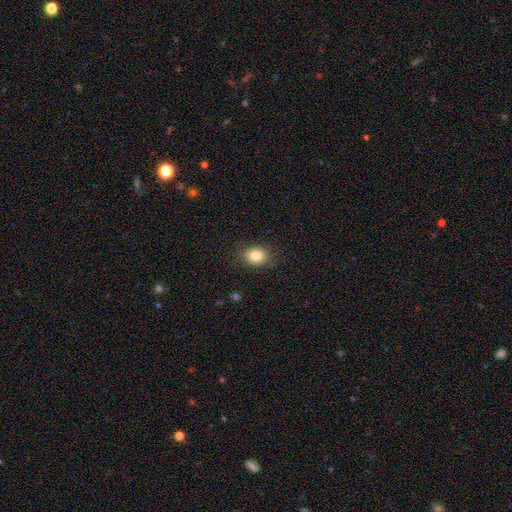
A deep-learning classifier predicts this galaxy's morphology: Smooth or featured? smooth (83%)
How rounded? in between (54%)
Merging? none (86%)